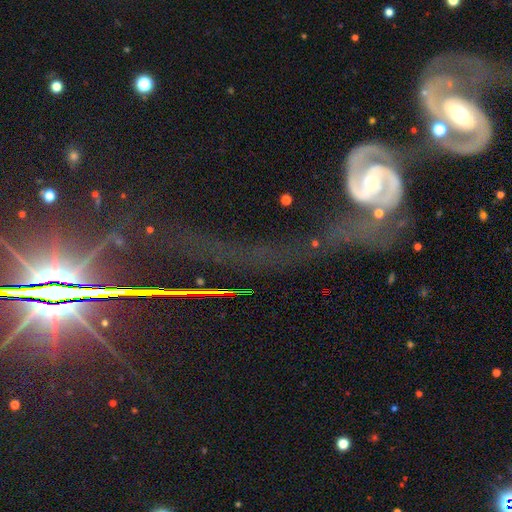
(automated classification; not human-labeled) The model was most divided on "bulge size": moderate: 46%, small: 44%, large: 4%, none: 4%, dominant: 2%. Remaining: edge-on disk — no (88%); spiral arms — yes (88%); spiral arm count — 2 (79%); smooth or featured — featured or disk (72%); bar — no (42%); spiral winding — medium (41%); merging — major disturbance (34%).